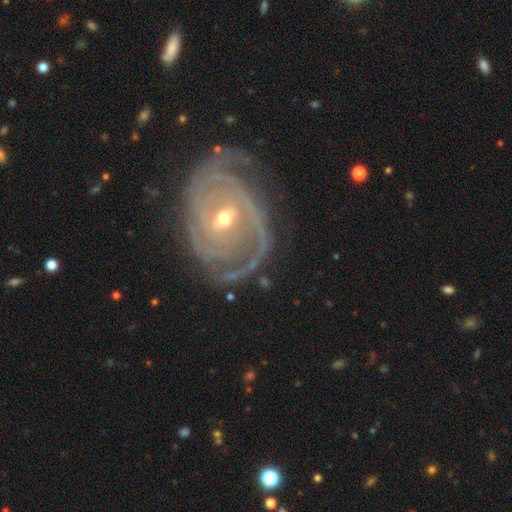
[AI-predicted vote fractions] The model was most divided on "bulge size": small: 53%, moderate: 43%, large: 2%, none: 1%, dominant: 1%. Remaining: spiral arms — yes (97%); edge-on disk — no (97%); smooth or featured — featured or disk (89%); merging — none (74%); spiral winding — tight (70%); bar — no (50%); spiral arm count — 2 (33%).